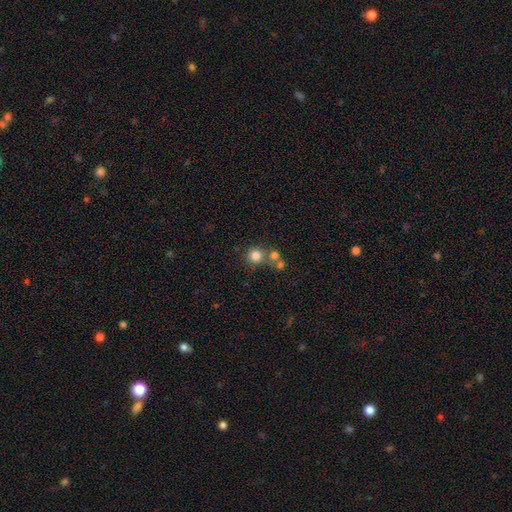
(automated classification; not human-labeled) This is likely a smooth galaxy (78%). How rounded: clearly round (91%). Merging: possibly none (59%).